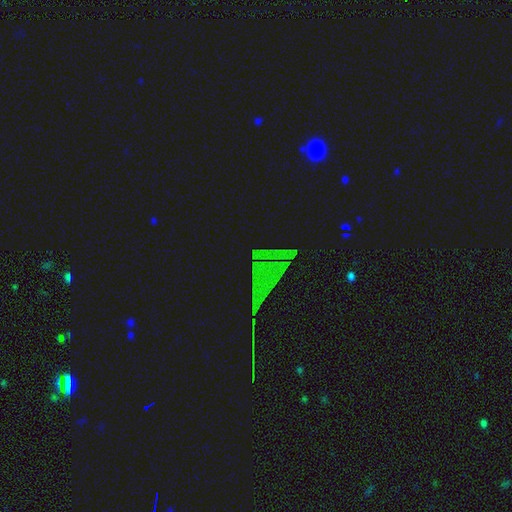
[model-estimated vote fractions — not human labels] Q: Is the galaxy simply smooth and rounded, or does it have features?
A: star or artifact — 76%.